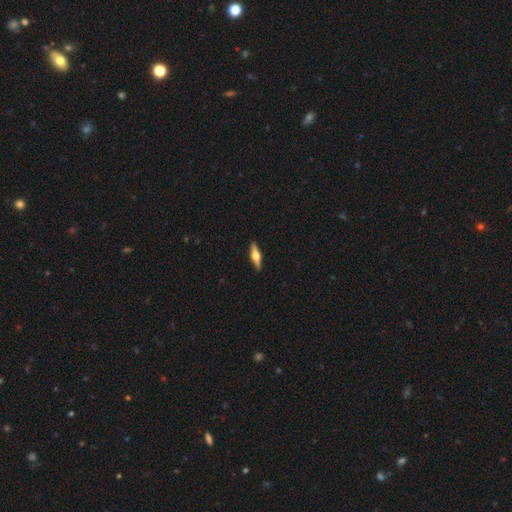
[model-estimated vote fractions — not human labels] Q: Smooth or featured?
A: featured or disk (65%); runner-up: smooth (29%)
Q: Edge-on disk?
A: yes (96%); runner-up: no (4%)
Q: Edge-on bulge?
A: rounded (95%); runner-up: boxy (4%)
Q: Merging?
A: none (91%); runner-up: minor disturbance (6%)